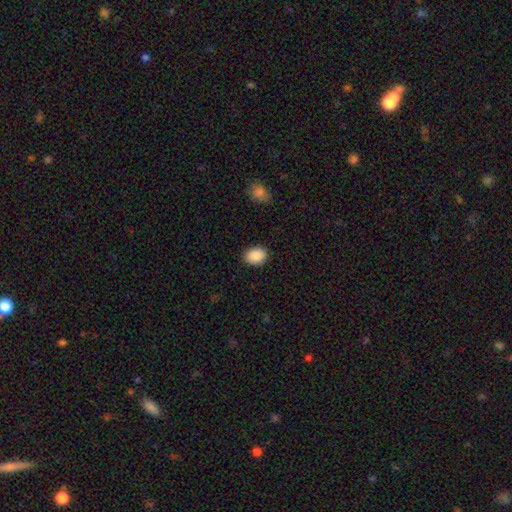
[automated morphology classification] smooth_or_featured: smooth (p=0.90) [alt: star or artifact p=0.07]
how_rounded: in between (p=0.69) [alt: round p=0.30]
merging: none (p=0.88) [alt: minor disturbance p=0.09]